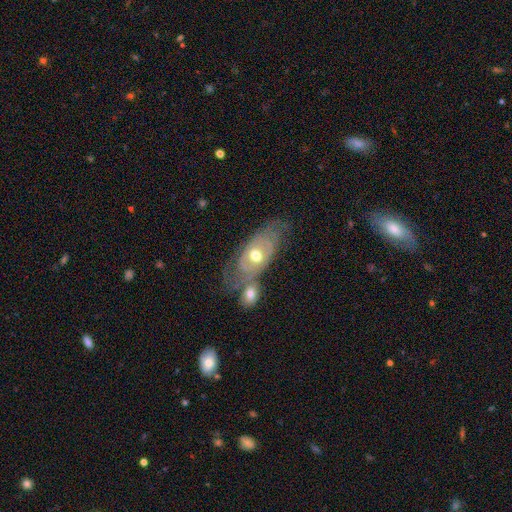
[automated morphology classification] Overall: featured or disk (66%; smooth 28%). Edge-on disk: no (89%). Bar: no (70%). Spiral arms: yes (58%; no 42%). Bulge size: moderate (77%). Merging: none (44%; merger 28%).